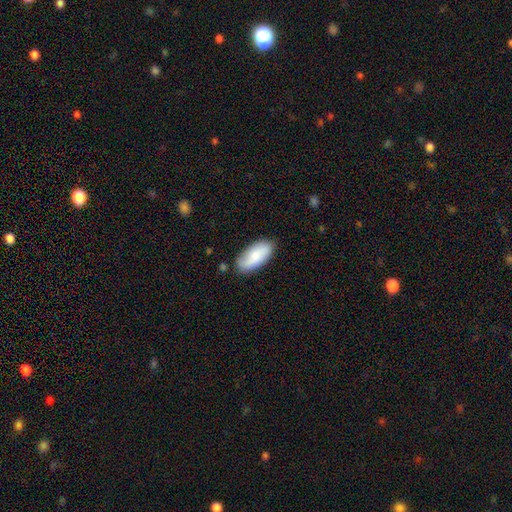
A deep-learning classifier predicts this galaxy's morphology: Smooth or featured? Predicted: smooth (p=0.71). How rounded? Predicted: in between (p=0.92). Merging? Predicted: none (p=0.78).